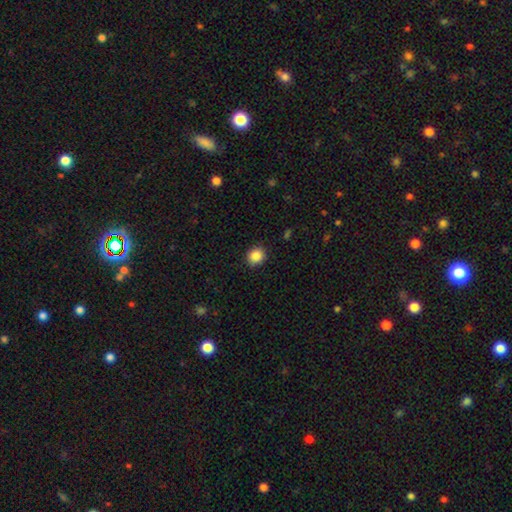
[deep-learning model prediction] A smooth galaxy with no disk features (86%) that is round (80%). Merging: none (90%).